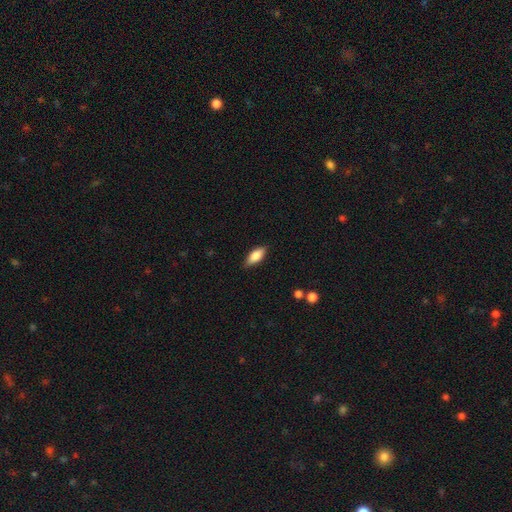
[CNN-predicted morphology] Smooth or featured? smooth (81%)
How rounded? in between (82%)
Merging? none (84%)